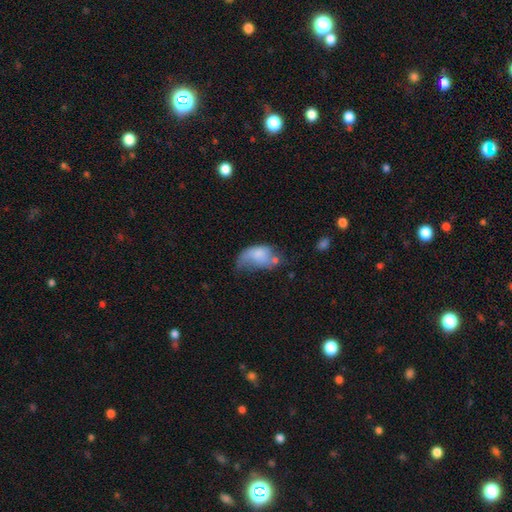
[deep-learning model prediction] Smooth or featured? smooth (61%)
How rounded? in between (89%)
Merging? major disturbance (37%)